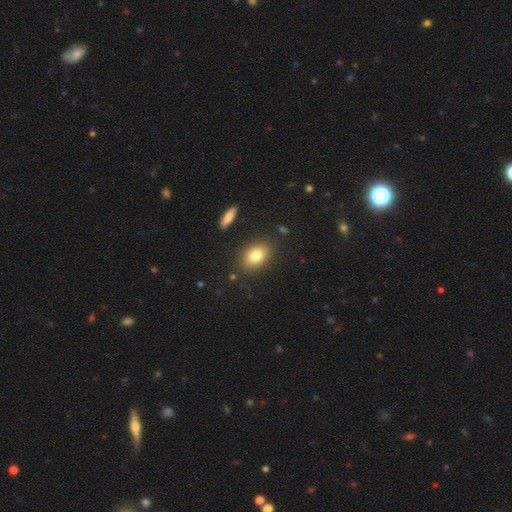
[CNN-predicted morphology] A smooth galaxy with no disk features (79%) that is in between round and cigar-shaped (75%).

Vote fractions:
- Smooth or featured? smooth: 79% / featured or disk: 11% / star or artifact: 10%
- How rounded? in between: 75% / round: 23% / cigar-shaped: 2%
- Merging? none: 85% / minor disturbance: 9% / major disturbance: 3% / merger: 3%